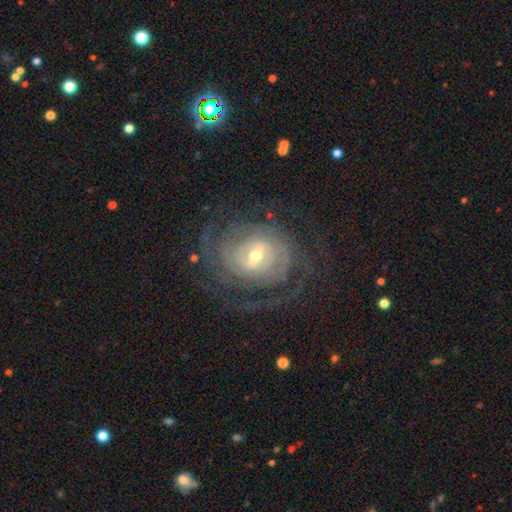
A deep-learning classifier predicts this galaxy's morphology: Smooth or featured: featured or disk — 87% (smooth — 7%)
Edge-on disk: no — 97% (yes — 3%)
Bar: weak — 51% (strong — 26%)
Spiral arms: yes — 95% (no — 5%)
Spiral winding: tight — 70% (medium — 22%)
Spiral arm count: can't tell — 38% (2 — 23%)
Bulge size: moderate — 52% (small — 41%)
Merging: none — 72% (minor disturbance — 14%)